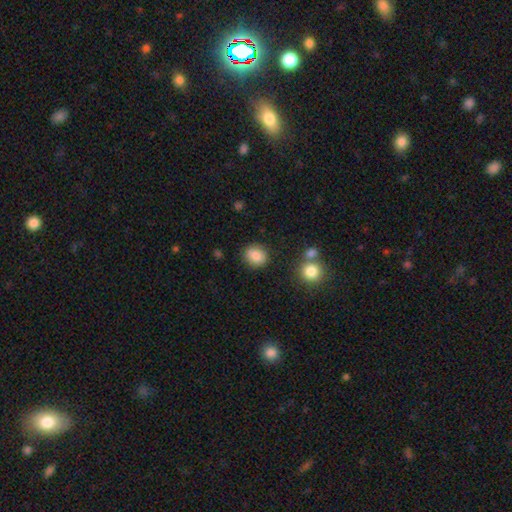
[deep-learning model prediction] Smooth or featured?
  - smooth: 87% *
  - star or artifact: 8%
  - featured or disk: 5%
How rounded?
  - round: 70% *
  - in between: 29%
  - cigar-shaped: 1%
Merging?
  - none: 84% *
  - minor disturbance: 9%
  - merger: 3%
  - major disturbance: 3%